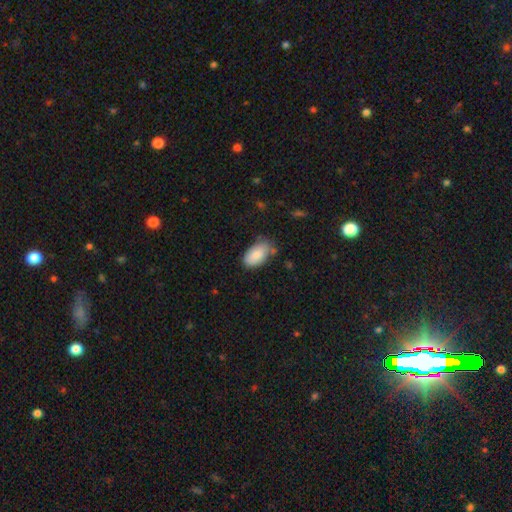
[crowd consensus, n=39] Morphology: type=smooth (87%); roundness=in between (94%); merging=none (67%).